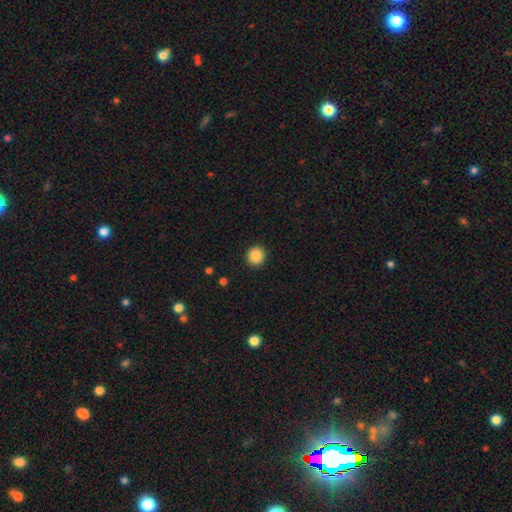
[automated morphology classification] A smooth galaxy with no disk features (88%) that is round (93%).

Vote fractions:
- Smooth or featured? smooth: 88% / star or artifact: 9% / featured or disk: 3%
- How rounded? round: 93% / in between: 6% / cigar-shaped: 1%
- Merging? none: 92% / minor disturbance: 5% / major disturbance: 2% / merger: 1%